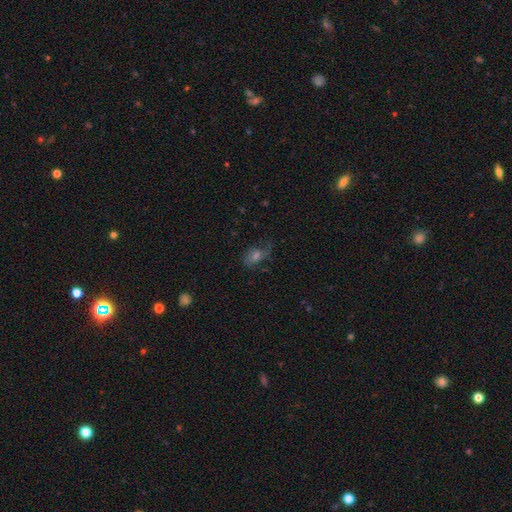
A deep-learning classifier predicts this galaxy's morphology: Smooth or featured? featured or disk (45%)
Merging? none (55%)